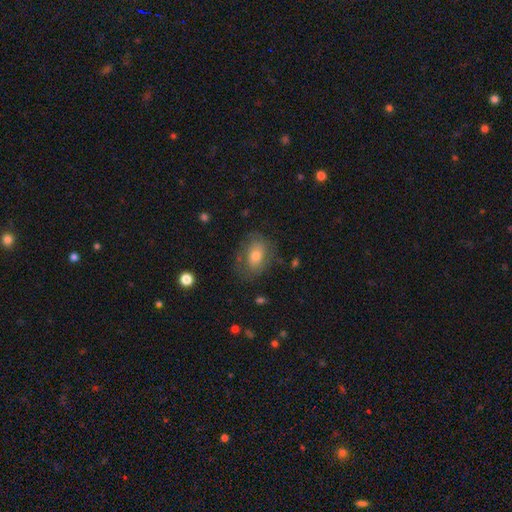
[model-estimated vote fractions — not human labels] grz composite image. It shows a smooth galaxy with no disk features (55%) that is in between round and cigar-shaped (76%). Merging: none (64%).